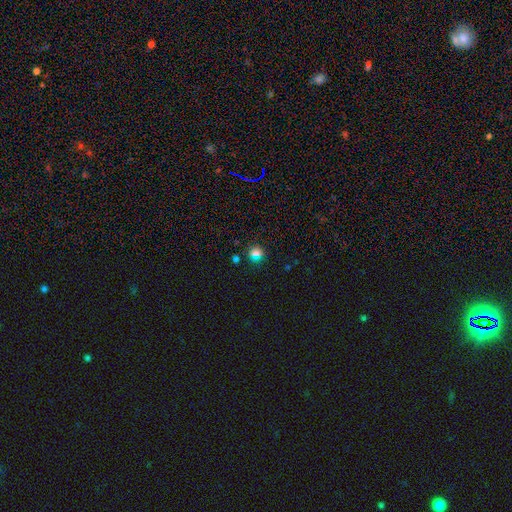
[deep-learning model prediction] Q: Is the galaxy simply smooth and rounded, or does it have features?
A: smooth — 63%.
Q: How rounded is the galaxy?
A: round — 82%.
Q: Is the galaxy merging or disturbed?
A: none — 85%.